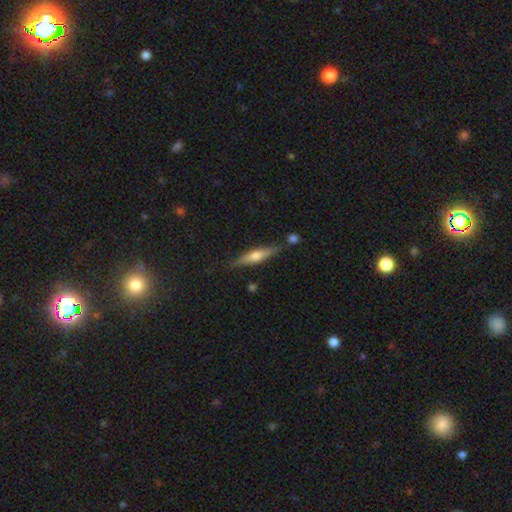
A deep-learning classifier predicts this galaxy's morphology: This appears to be a featured or disk galaxy (53%) viewed edge-on (94%). Merging: none (78%).